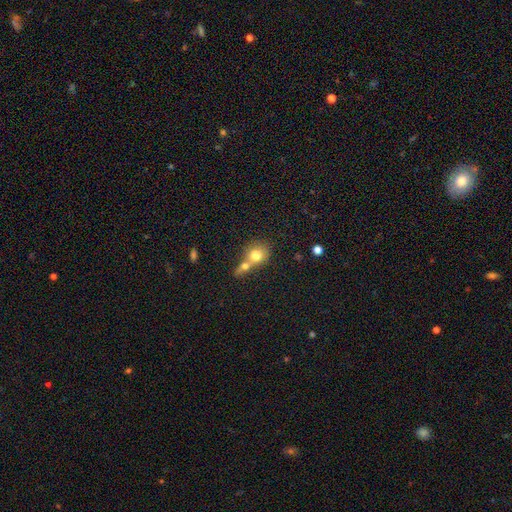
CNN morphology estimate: Q: Smooth or featured?
A: smooth (74%); runner-up: featured or disk (16%)
Q: How rounded?
A: round (68%); runner-up: in between (30%)
Q: Merging?
A: merger (62%); runner-up: none (26%)